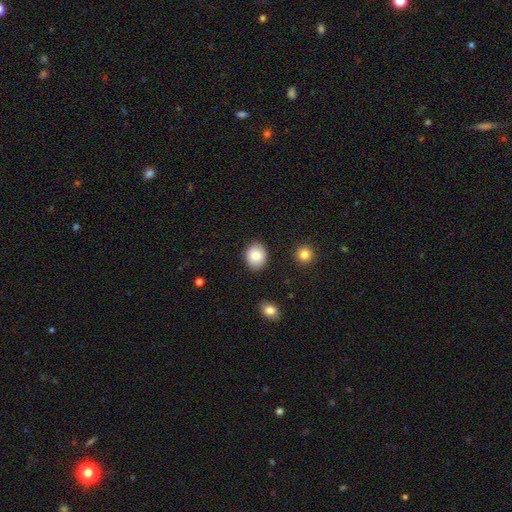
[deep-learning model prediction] Morphology: type=smooth (84%); roundness=round (50%); merging=none (86%).